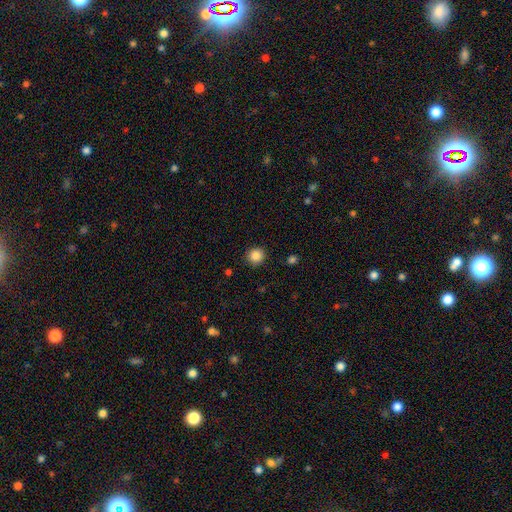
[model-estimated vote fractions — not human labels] smooth-or-featured: smooth: 86% | star or artifact: 10% | featured or disk: 4%
  how-rounded: round: 91% | in between: 8% | cigar-shaped: 1%
  merging: none: 91% | minor disturbance: 6% | major disturbance: 2% | merger: 1%